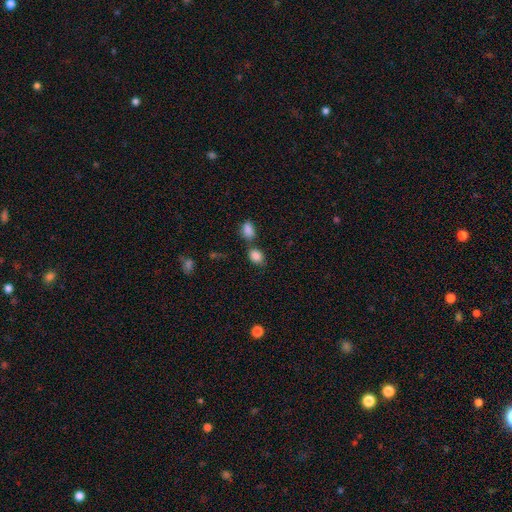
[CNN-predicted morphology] A smooth galaxy with no disk features (85%) that is in between round and cigar-shaped (67%). Merging: none (54%).